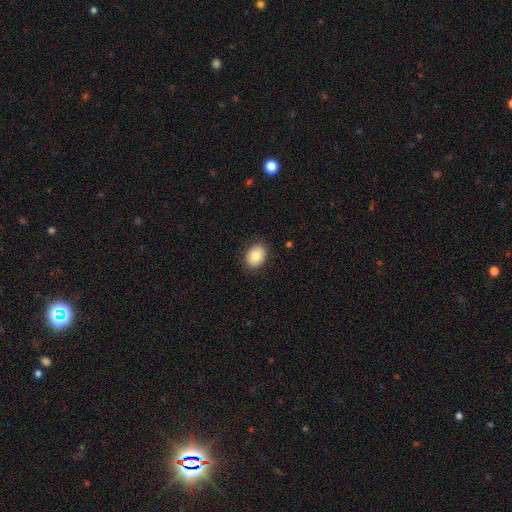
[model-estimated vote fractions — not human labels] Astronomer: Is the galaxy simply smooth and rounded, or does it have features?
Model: smooth — 83%.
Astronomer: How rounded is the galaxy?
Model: in between — 61% (runner-up: round, 38%).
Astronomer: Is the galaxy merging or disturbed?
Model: none — 89%.